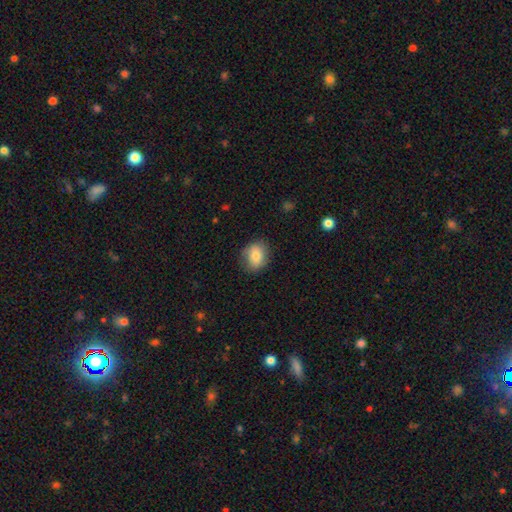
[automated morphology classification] This is likely a smooth galaxy (79%). How rounded: possibly in between (53%). Merging: clearly none (81%).